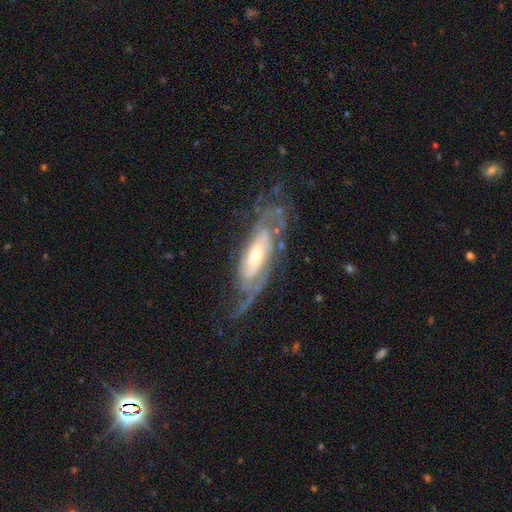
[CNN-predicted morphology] This is clearly a featured or disk galaxy (84%). It is clearly not viewed edge-on (86%). Bar: possibly no (59%). Spiral arm pattern: clearly yes (90%). Spiral arm count: marginally can't tell (39%). Spiral winding: possibly tight (54%). Central bulge: possibly small (48%). Merging: likely none (62%).